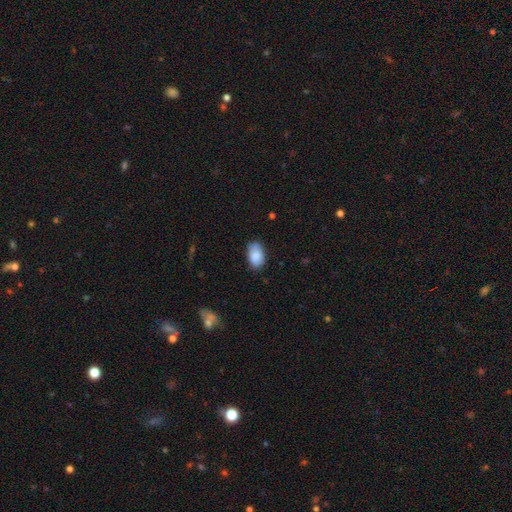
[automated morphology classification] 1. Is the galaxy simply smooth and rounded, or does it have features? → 86% smooth, 8% featured or disk, 7% star or artifact.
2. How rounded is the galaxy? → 92% in between, 6% round, 2% cigar-shaped.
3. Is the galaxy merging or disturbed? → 74% none, 21% minor disturbance, 3% major disturbance, 2% merger.